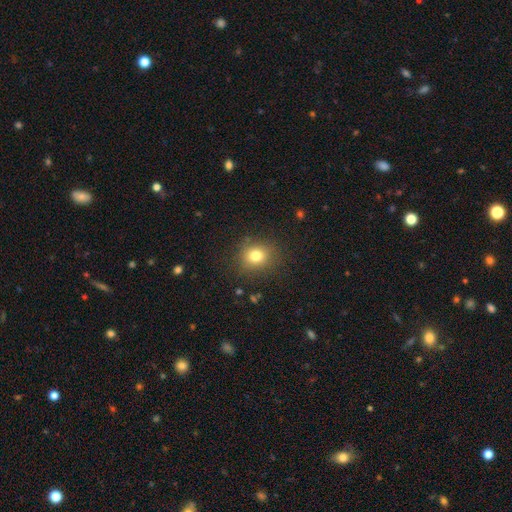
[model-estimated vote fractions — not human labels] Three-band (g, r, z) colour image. It shows a smooth galaxy with no disk features (78%) that is round (80%). Merging: none (84%).